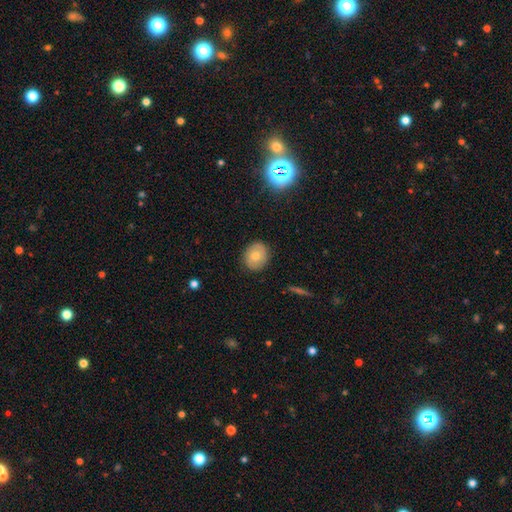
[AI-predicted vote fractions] smooth_or_featured: smooth (p=0.67) [alt: featured or disk p=0.23]
how_rounded: round (p=0.68) [alt: in between p=0.31]
merging: none (p=0.87) [alt: minor disturbance p=0.10]